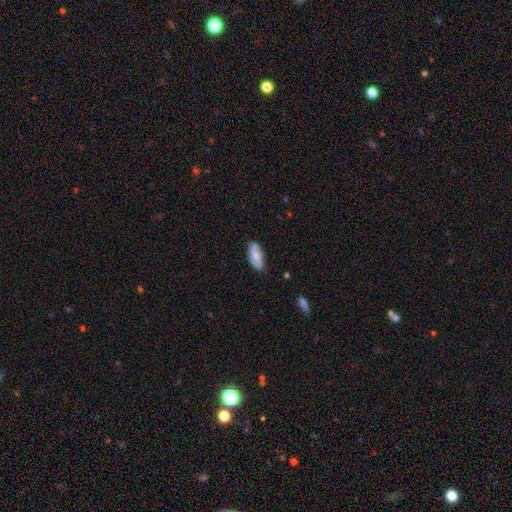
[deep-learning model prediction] This appears to be a smooth galaxy with no disk features (59%) that is in between round and cigar-shaped (85%). Merging: none (77%).